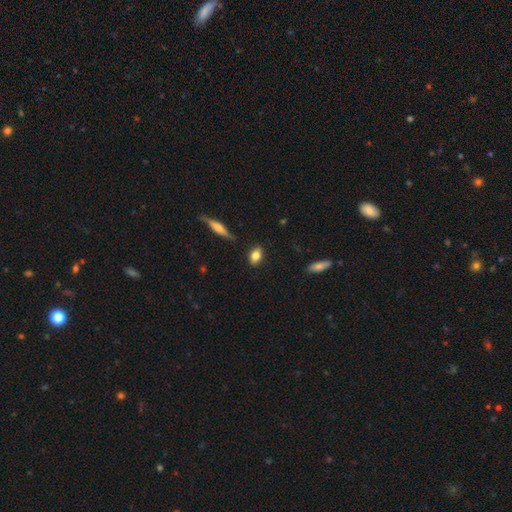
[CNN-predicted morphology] The model was most divided on "how rounded": in between: 79%, round: 15%, cigar-shaped: 6%. More confident: merging — none (85%); smooth or featured — smooth (79%).